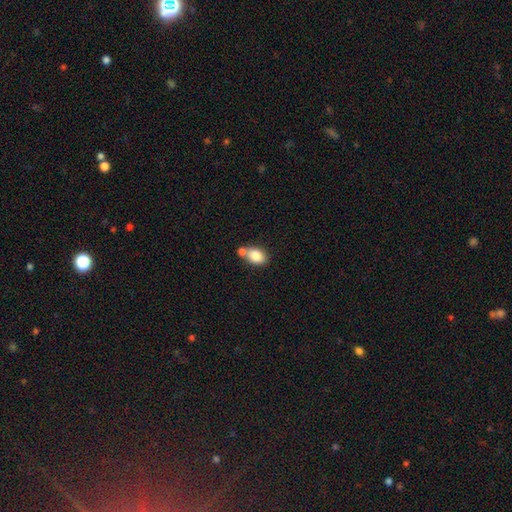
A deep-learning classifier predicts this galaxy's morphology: smooth-or-featured: smooth: 82% | featured or disk: 9% | star or artifact: 8%
  how-rounded: in between: 78% | round: 20% | cigar-shaped: 1%
  merging: none: 53% | merger: 31% | minor disturbance: 13% | major disturbance: 3%